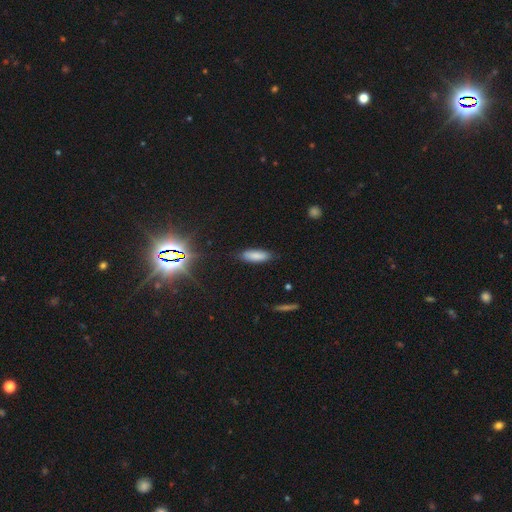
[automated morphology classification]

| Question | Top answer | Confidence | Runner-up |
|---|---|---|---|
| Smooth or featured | smooth | 84% | star or artifact (9%) |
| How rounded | in between | 62% | cigar-shaped (37%) |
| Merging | none | 83% | minor disturbance (13%) |